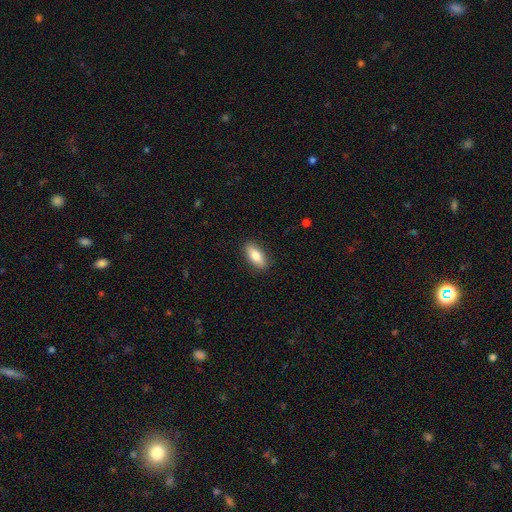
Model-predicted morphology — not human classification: A smooth galaxy with no disk features (79%) that is in between round and cigar-shaped (81%). Merging: none (89%).